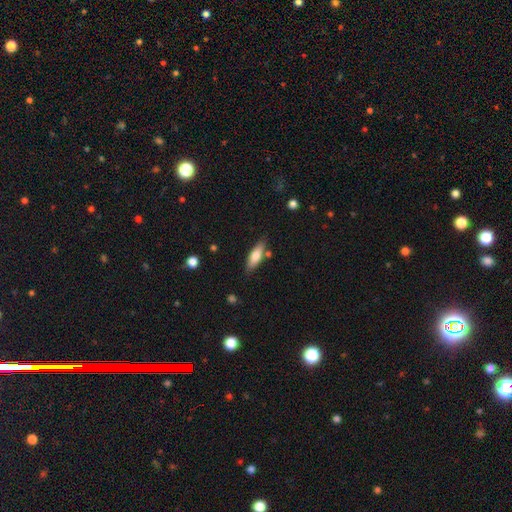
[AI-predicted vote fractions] Smooth or featured: smooth — 71% (featured or disk — 23%)
How rounded: in between — 54% (cigar-shaped — 44%)
Merging: none — 78% (minor disturbance — 14%)